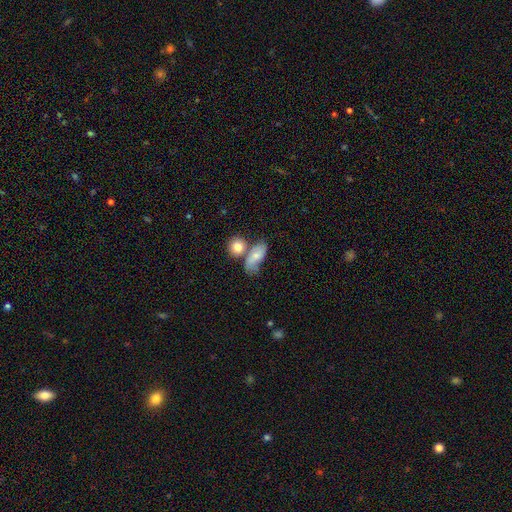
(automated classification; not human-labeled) Overall: smooth (68%). How rounded: in between (79%). Merging: none (37%; merger 33%).